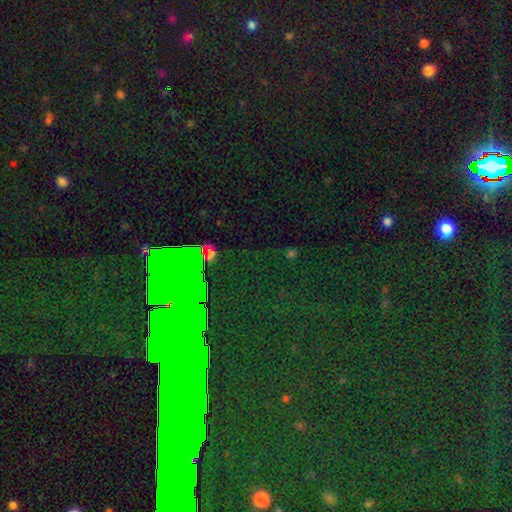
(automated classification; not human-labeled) Morphology: type=star or artifact (78%).